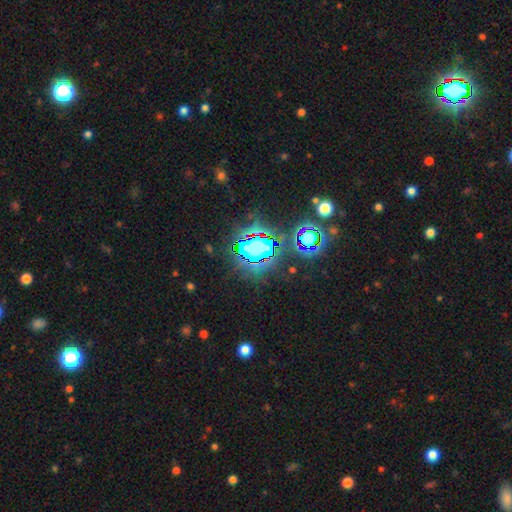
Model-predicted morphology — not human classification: A star or artifact, not a galaxy (77%).

Vote fractions:
- Smooth or featured? star or artifact: 77% / smooth: 13% / featured or disk: 10%